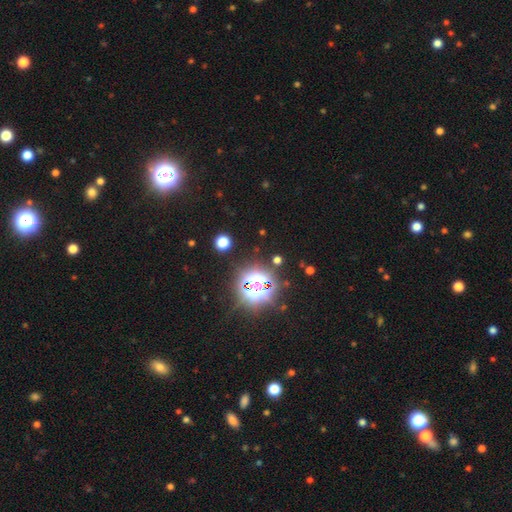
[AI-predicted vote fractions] Smooth or featured: star or artifact — 82% (smooth — 12%)